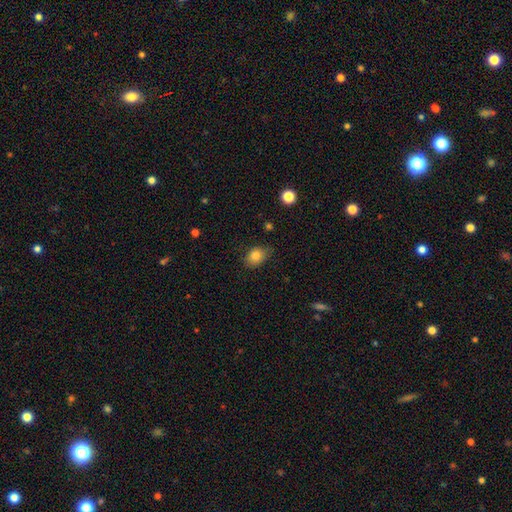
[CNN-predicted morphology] This appears to be a smooth galaxy with no disk features (80%) that is in between round and cigar-shaped (69%). Merging: none (75%).